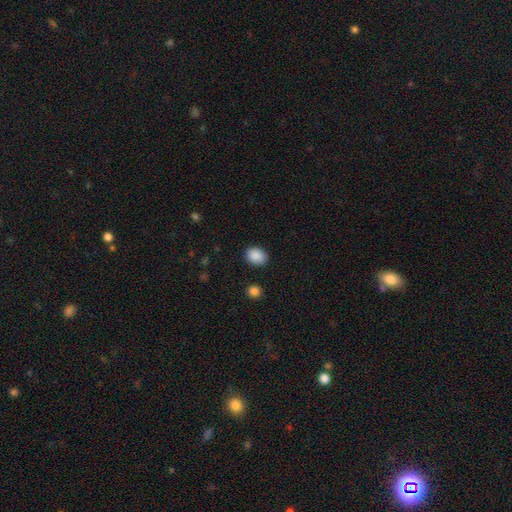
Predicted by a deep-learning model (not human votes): This is clearly a smooth galaxy (89%). How rounded: possibly in between (55%). Merging: clearly none (87%).